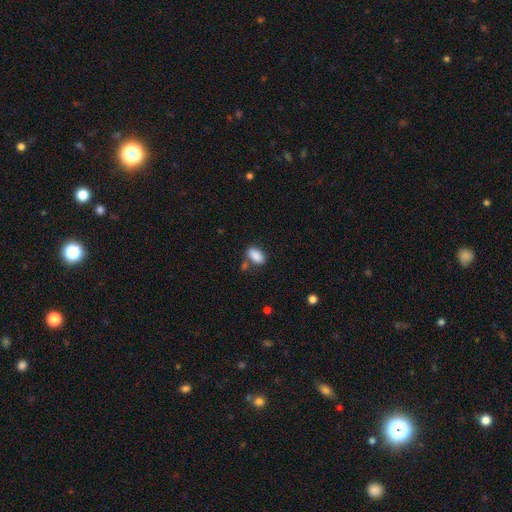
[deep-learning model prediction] The model was most divided on "merging": none: 69%, minor disturbance: 16%, merger: 11%, major disturbance: 4%. More confident: how rounded — in between (92%); smooth or featured — smooth (88%).